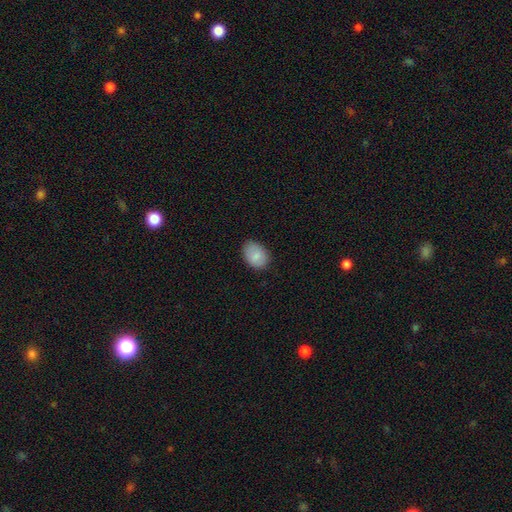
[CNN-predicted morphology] Smooth or featured?
  - smooth: 86% *
  - featured or disk: 8%
  - star or artifact: 7%
How rounded?
  - in between: 79% *
  - round: 20%
  - cigar-shaped: 1%
Merging?
  - none: 80% *
  - minor disturbance: 16%
  - major disturbance: 3%
  - merger: 1%